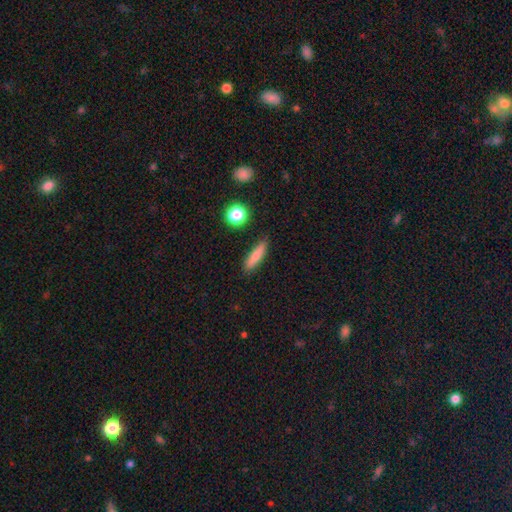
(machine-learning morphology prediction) Smooth or featured: smooth — 76% (featured or disk — 15%)
How rounded: cigar-shaped — 73% (in between — 23%)
Merging: none — 86% (minor disturbance — 9%)